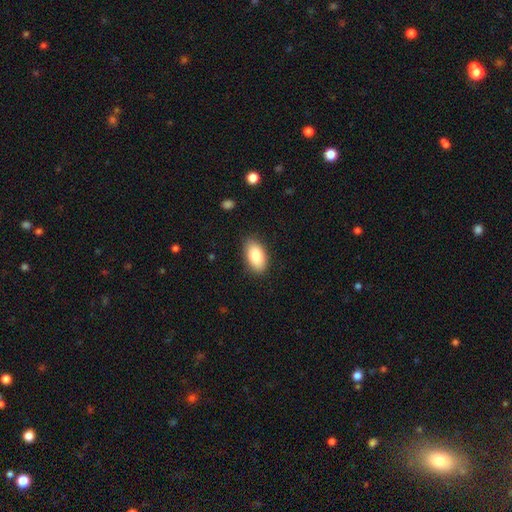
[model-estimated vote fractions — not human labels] smooth-or-featured: smooth: 85% | featured or disk: 8% | star or artifact: 6%
  how-rounded: in between: 94% | round: 3% | cigar-shaped: 3%
  merging: none: 86% | minor disturbance: 11% | major disturbance: 2% | merger: 1%